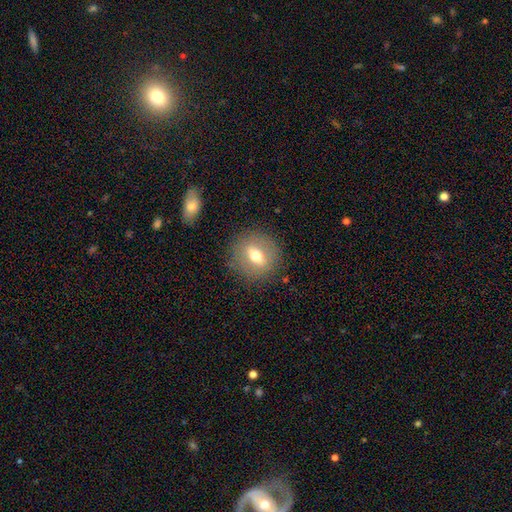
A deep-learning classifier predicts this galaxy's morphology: This is possibly a smooth galaxy (52%). How rounded: likely round (73%). Merging: clearly none (85%).